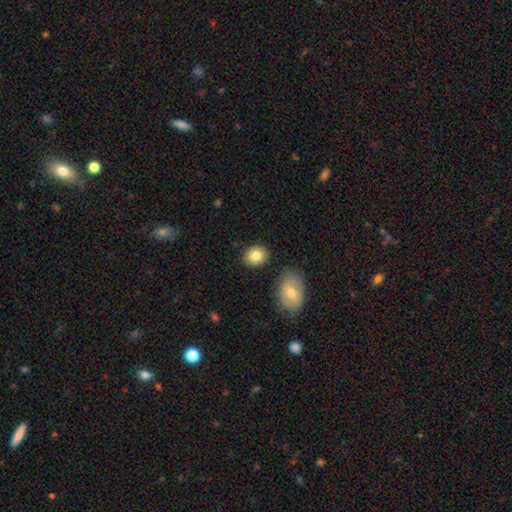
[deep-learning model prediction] Overall: smooth (81%). How rounded: in between (55%; round 44%). Merging: none (84%).